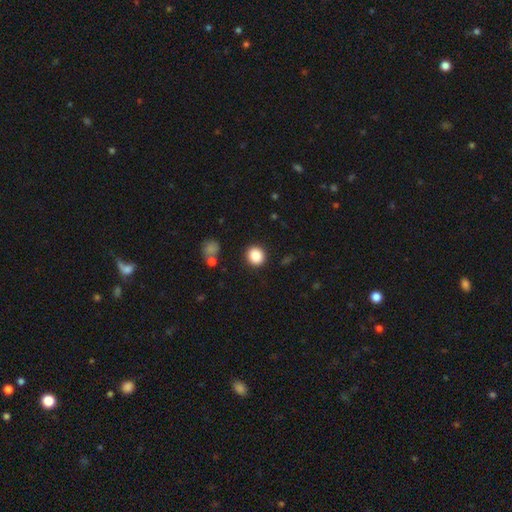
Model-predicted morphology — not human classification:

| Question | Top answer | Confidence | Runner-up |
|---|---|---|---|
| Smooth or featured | smooth | 88% | star or artifact (9%) |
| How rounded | round | 85% | in between (14%) |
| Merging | none | 89% | minor disturbance (6%) |